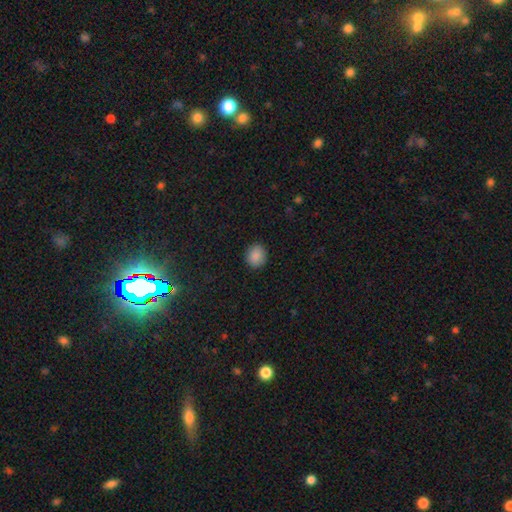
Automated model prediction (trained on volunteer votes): smooth 88%, star or artifact 9%, featured or disk 3%. Down the decision tree: how rounded — round (78%); merging — none (91%).